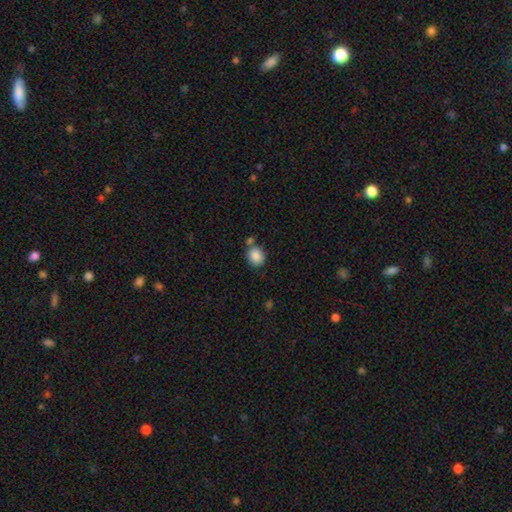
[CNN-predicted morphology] Smooth or featured? Predicted: smooth (p=0.87). How rounded? Predicted: round (p=0.68). Merging? Predicted: none (p=0.67).